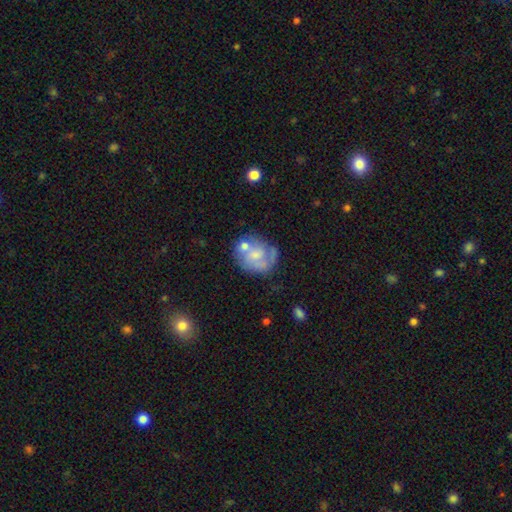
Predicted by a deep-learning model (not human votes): This is possibly a featured or disk galaxy (58%). It is clearly not viewed edge-on (98%). Bar: likely no (72%). Spiral arm pattern: possibly yes (58%). Central bulge: possibly small (47%). Merging: marginally none (42%).